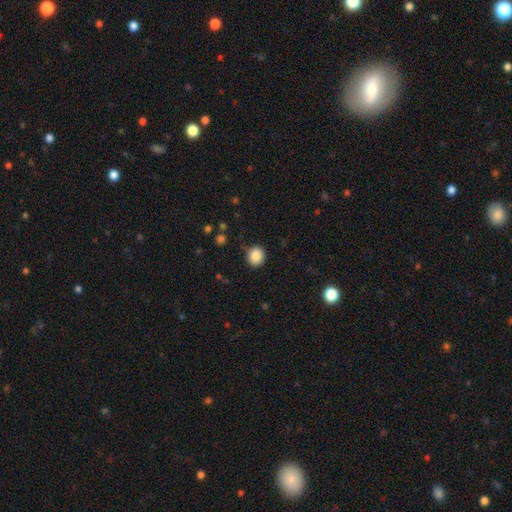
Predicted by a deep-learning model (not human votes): Morphology: type=smooth (86%); roundness=round (81%); merging=none (80%).